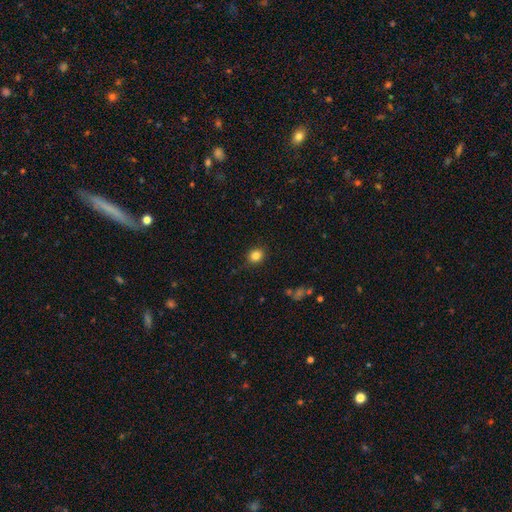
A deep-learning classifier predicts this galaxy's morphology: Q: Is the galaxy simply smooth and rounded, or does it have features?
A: smooth — 84%.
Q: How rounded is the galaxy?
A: round — 73%.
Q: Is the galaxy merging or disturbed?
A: none — 87%.